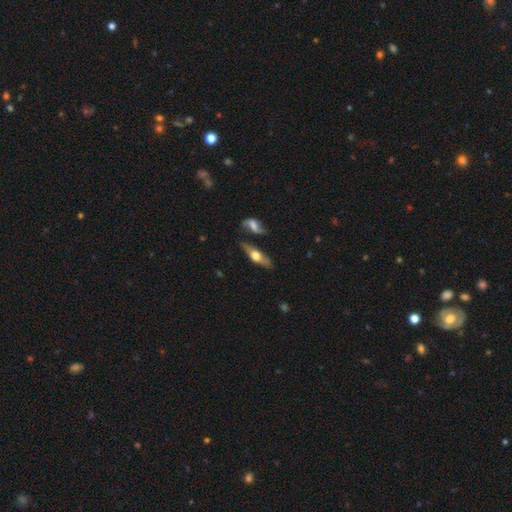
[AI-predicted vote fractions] Overall: featured or disk (53%; smooth 40%). Edge-on disk: yes (72%). Merging: none (65%).